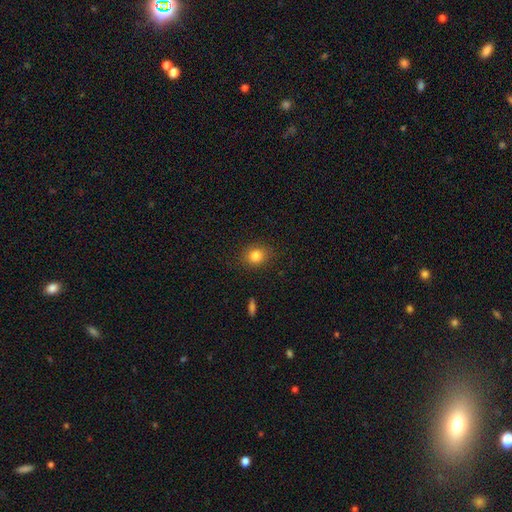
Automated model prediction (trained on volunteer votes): This appears to be a smooth galaxy with no disk features (82%) that is round (66%). Merging: none (86%).